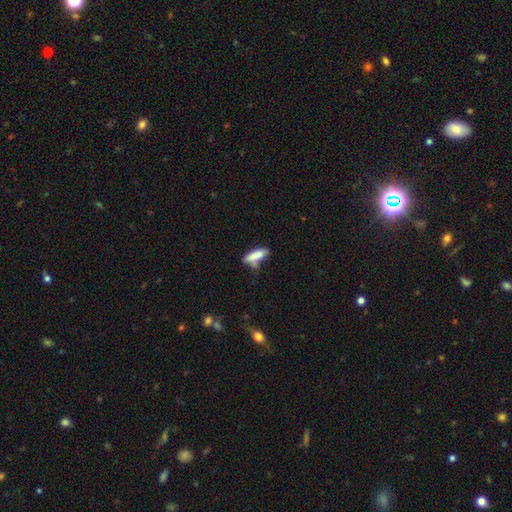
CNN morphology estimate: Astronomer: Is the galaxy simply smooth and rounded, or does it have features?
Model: smooth — 80%.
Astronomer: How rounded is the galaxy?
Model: cigar-shaped — 54% (runner-up: in between, 43%).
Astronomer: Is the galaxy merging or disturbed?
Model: none — 48% (runner-up: minor disturbance, 26%).